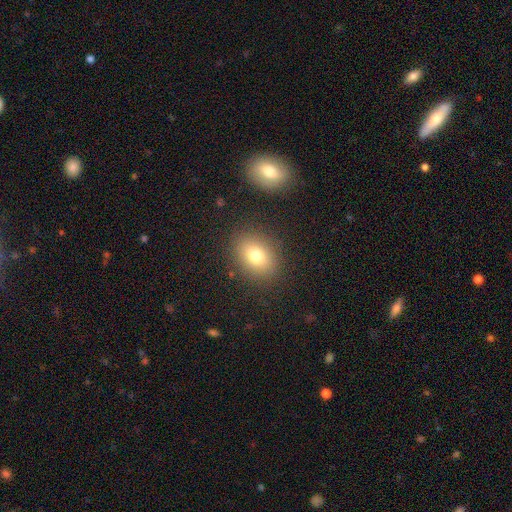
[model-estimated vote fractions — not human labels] Smooth or featured? Predicted: smooth (p=0.77). How rounded? Predicted: in between (p=0.58). Merging? Predicted: none (p=0.85).